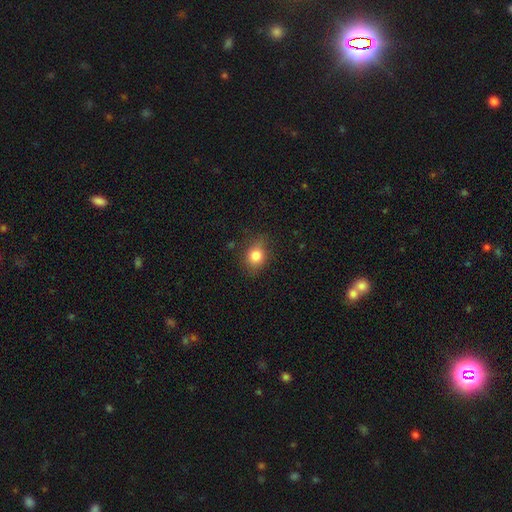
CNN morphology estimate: Smooth or featured?
  - smooth: 80% *
  - star or artifact: 11%
  - featured or disk: 9%
How rounded?
  - round: 57% *
  - in between: 42%
  - cigar-shaped: 1%
Merging?
  - none: 76% *
  - minor disturbance: 18%
  - major disturbance: 4%
  - merger: 1%